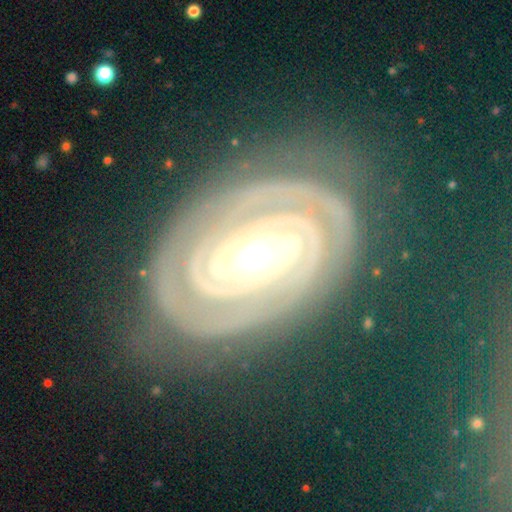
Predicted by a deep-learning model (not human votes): Smooth or featured?
  - featured or disk: 92% *
  - star or artifact: 4%
  - smooth: 4%
Edge-on disk?
  - no: 96% *
  - yes: 4%
Bar?
  - no: 49% *
  - strong: 29%
  - weak: 23%
Spiral arms?
  - yes: 97% *
  - no: 3%
Spiral winding?
  - tight: 87% *
  - medium: 11%
  - loose: 2%
Spiral arm count?
  - 2: 65% *
  - 3: 12%
  - can't tell: 10%
  - 4: 5%
  - 1: 5%
  - more than 4: 4%
Bulge size?
  - moderate: 67% *
  - small: 20%
  - large: 10%
  - dominant: 2%
  - none: 1%
Merging?
  - none: 78% *
  - minor disturbance: 14%
  - major disturbance: 6%
  - merger: 2%